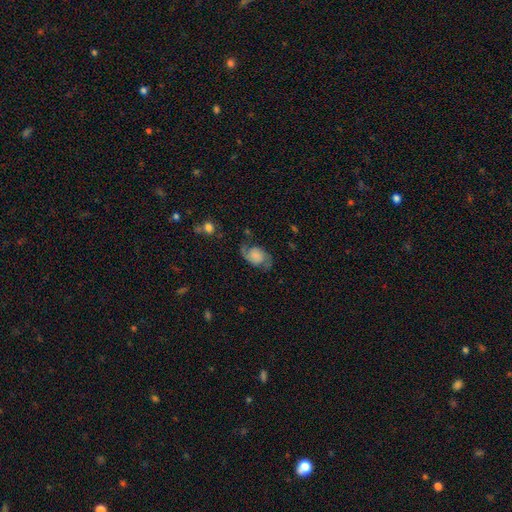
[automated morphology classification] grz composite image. It shows a featured or disk galaxy (68%) with no bar (68%), 2 (90%) medium (43%) spiral arms (92%) and no central bulge (40%). Merging: none (65%).